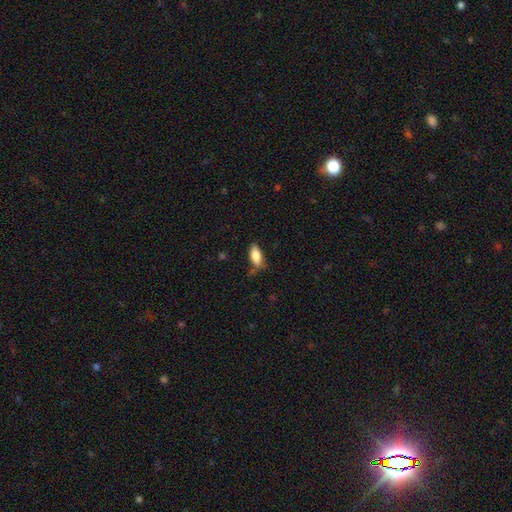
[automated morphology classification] Q: Smooth or featured?
A: smooth (80%); runner-up: featured or disk (13%)
Q: How rounded?
A: in between (82%); runner-up: cigar-shaped (15%)
Q: Merging?
A: none (68%); runner-up: minor disturbance (23%)